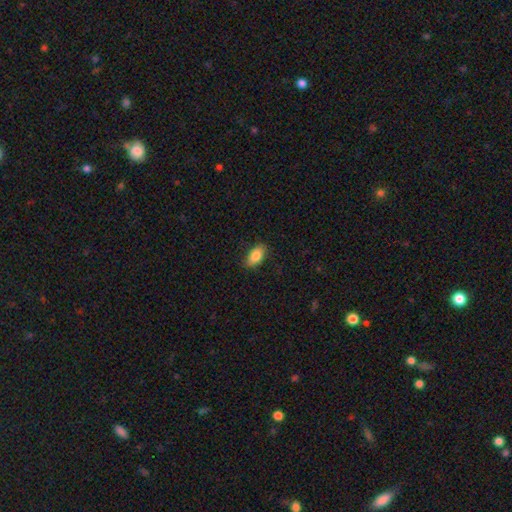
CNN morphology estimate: Smooth or featured?
  - smooth: 84% *
  - featured or disk: 9%
  - star or artifact: 7%
How rounded?
  - in between: 90% *
  - round: 6%
  - cigar-shaped: 5%
Merging?
  - none: 82% *
  - minor disturbance: 14%
  - major disturbance: 3%
  - merger: 1%